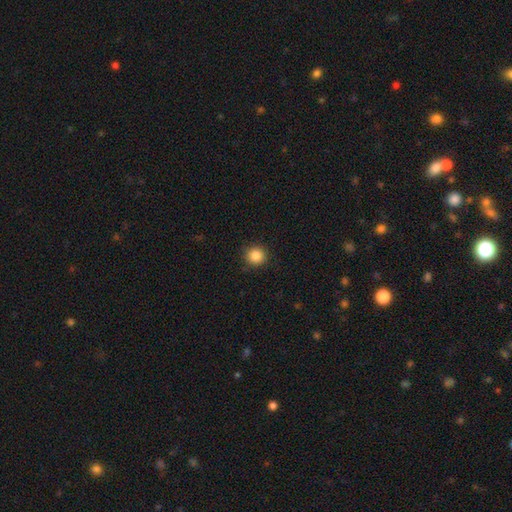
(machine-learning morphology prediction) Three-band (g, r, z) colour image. It shows a smooth galaxy with no disk features (86%) that is round (93%). Merging: none (89%).